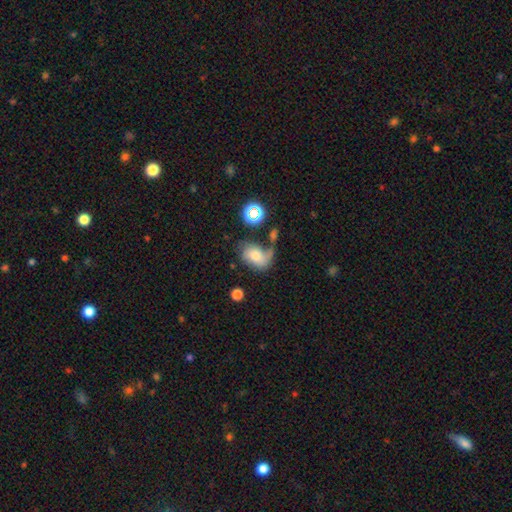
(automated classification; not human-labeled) Q: Smooth or featured?
A: smooth (59%); runner-up: featured or disk (28%)
Q: How rounded?
A: in between (79%); runner-up: round (19%)
Q: Merging?
A: none (33%); runner-up: major disturbance (24%)